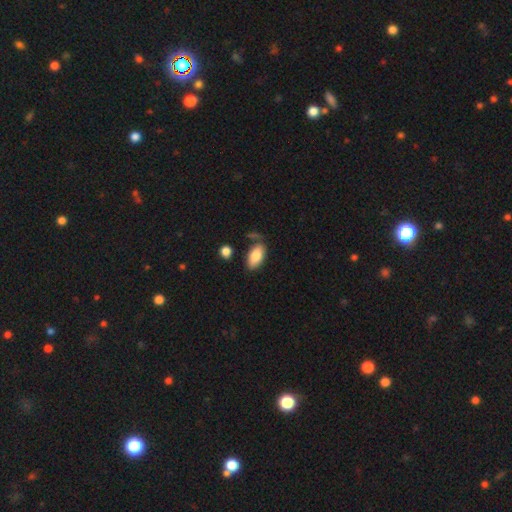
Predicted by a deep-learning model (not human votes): Q: Smooth or featured?
A: smooth (82%); runner-up: featured or disk (11%)
Q: How rounded?
A: in between (93%); runner-up: cigar-shaped (4%)
Q: Merging?
A: none (69%); runner-up: minor disturbance (18%)